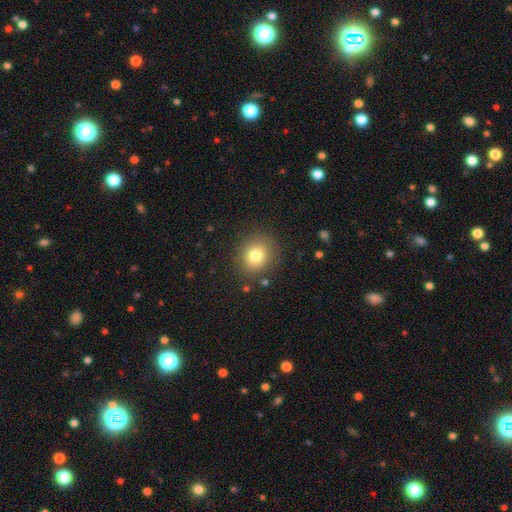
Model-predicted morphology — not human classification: A smooth galaxy with no disk features (79%) that is round (75%).

Vote fractions:
- Smooth or featured? smooth: 79% / star or artifact: 12% / featured or disk: 9%
- How rounded? round: 75% / in between: 24% / cigar-shaped: 1%
- Merging? none: 86% / minor disturbance: 9% / major disturbance: 3% / merger: 2%